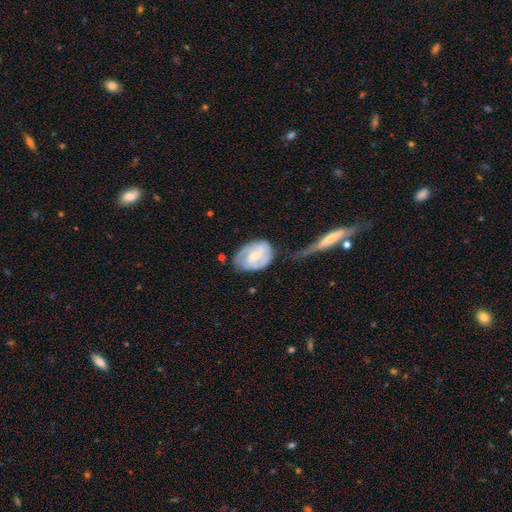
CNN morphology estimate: Smooth or featured: featured or disk — 65% (smooth — 28%)
Edge-on disk: no — 97% (yes — 3%)
Bar: weak — 49% (no — 34%)
Spiral arms: yes — 85% (no — 15%)
Spiral winding: tight — 43% (medium — 41%)
Spiral arm count: 2 — 57% (can't tell — 23%)
Bulge size: small — 47% (moderate — 34%)
Merging: none — 51% (minor disturbance — 28%)